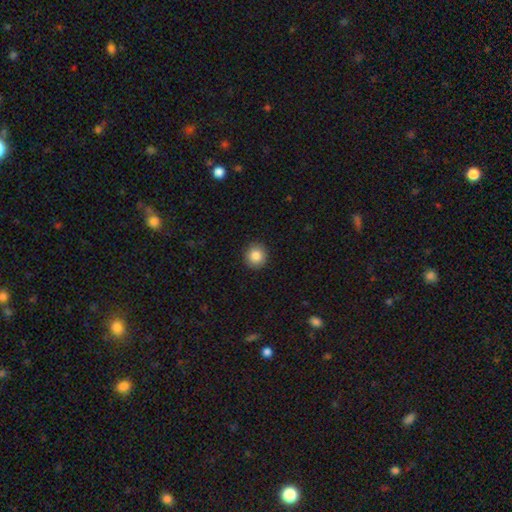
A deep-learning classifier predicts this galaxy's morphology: Smooth or featured? smooth (86%)
How rounded? round (93%)
Merging? none (91%)